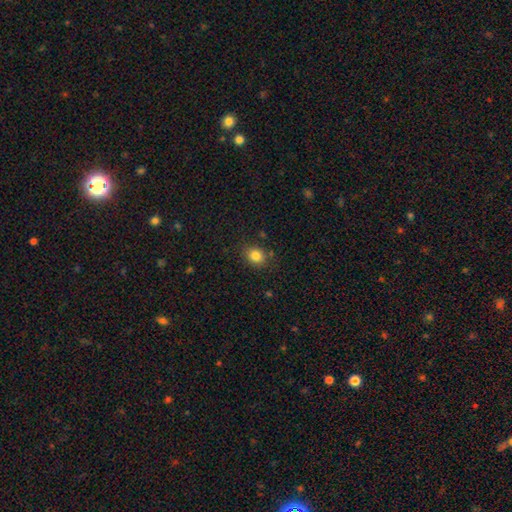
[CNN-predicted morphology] This appears to be a smooth galaxy with no disk features (83%) that is round (56%). Merging: none (83%).